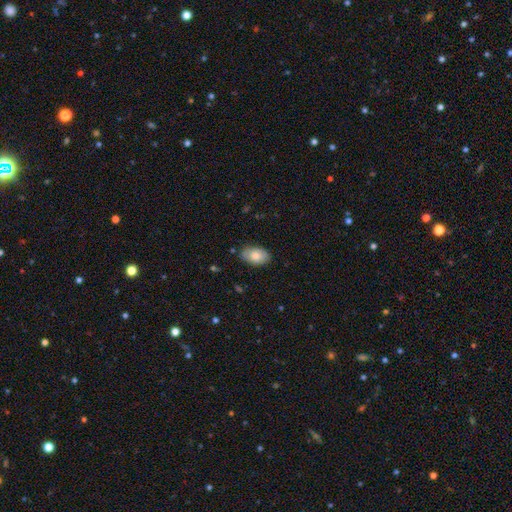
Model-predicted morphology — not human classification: smooth_or_featured: smooth (p=0.78) [alt: featured or disk p=0.15]
how_rounded: in between (p=0.92) [alt: round p=0.06]
merging: none (p=0.81) [alt: minor disturbance p=0.15]